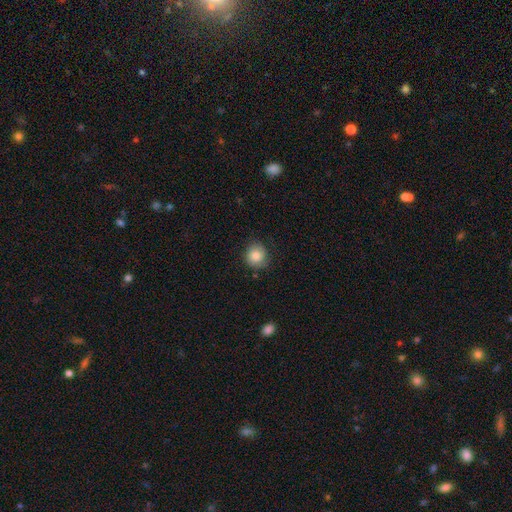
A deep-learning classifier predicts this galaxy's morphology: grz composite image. It shows a smooth galaxy with no disk features (83%) that is round (87%). Merging: none (78%).